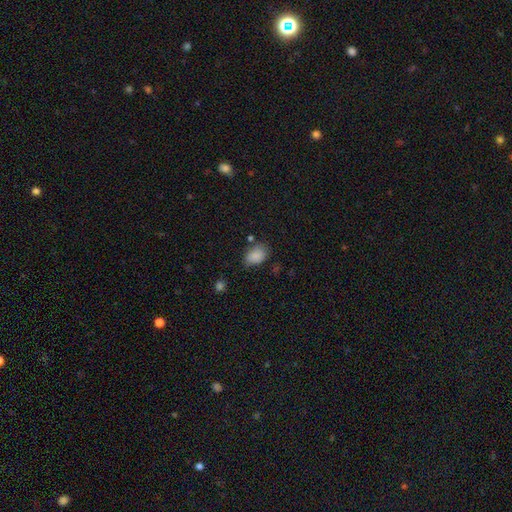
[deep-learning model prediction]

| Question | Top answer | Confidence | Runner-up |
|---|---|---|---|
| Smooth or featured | smooth | 86% | star or artifact (8%) |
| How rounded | in between | 80% | round (19%) |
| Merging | none | 63% | minor disturbance (27%) |